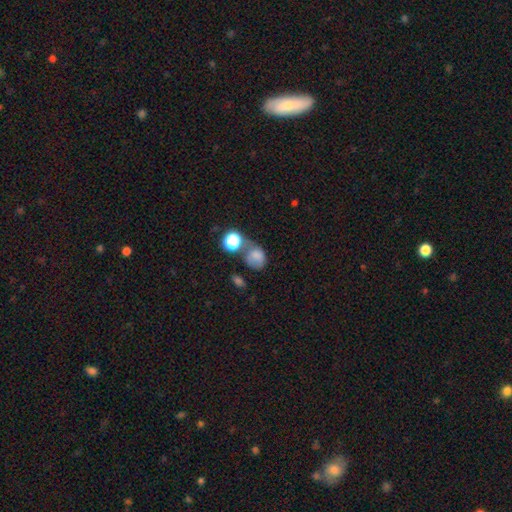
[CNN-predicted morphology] smooth 72%, star or artifact 15%, featured or disk 13%. Down the decision tree: how rounded — round (54%); merging — none (34%).